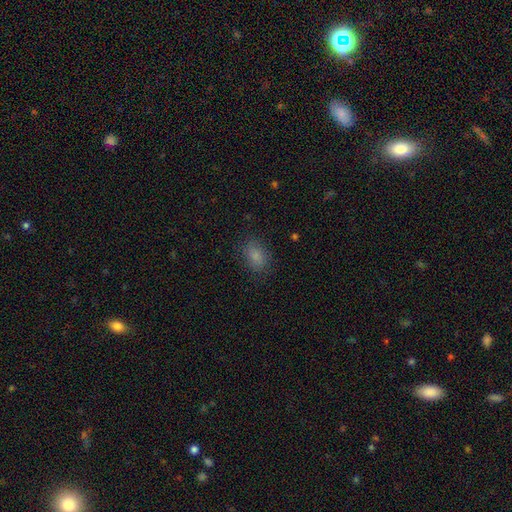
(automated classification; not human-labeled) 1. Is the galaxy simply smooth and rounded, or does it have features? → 83% smooth, 11% star or artifact, 6% featured or disk.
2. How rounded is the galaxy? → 78% in between, 21% round, 1% cigar-shaped.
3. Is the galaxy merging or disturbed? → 81% none, 14% minor disturbance, 4% major disturbance, 1% merger.